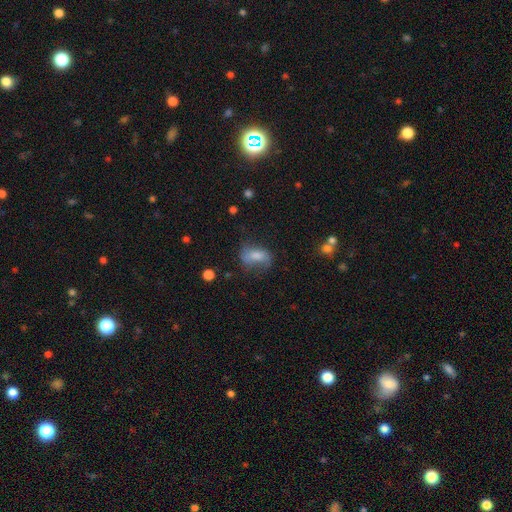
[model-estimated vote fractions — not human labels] Smooth or featured? Predicted: smooth (p=0.63). How rounded? Predicted: in between (p=0.83). Merging? Predicted: none (p=0.46).